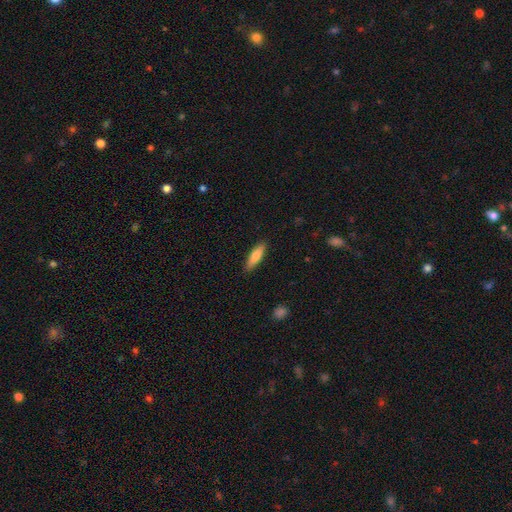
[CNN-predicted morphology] This is likely a smooth galaxy (73%). How rounded: likely cigar-shaped (64%). Merging: clearly none (89%).